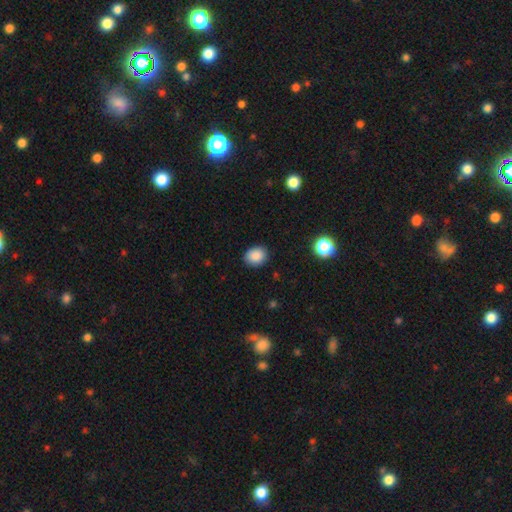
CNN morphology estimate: smooth 87%, star or artifact 9%, featured or disk 4%. Down the decision tree: how rounded — round (50%); merging — none (87%).